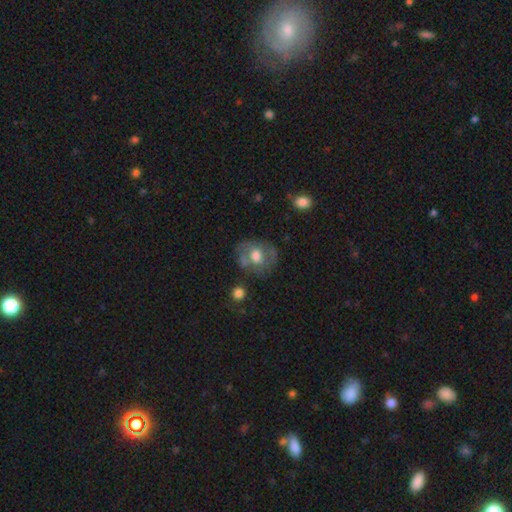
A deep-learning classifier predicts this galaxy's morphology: Overall: smooth (50%; featured or disk 42%). Merging: none (59%; minor disturbance 21%).